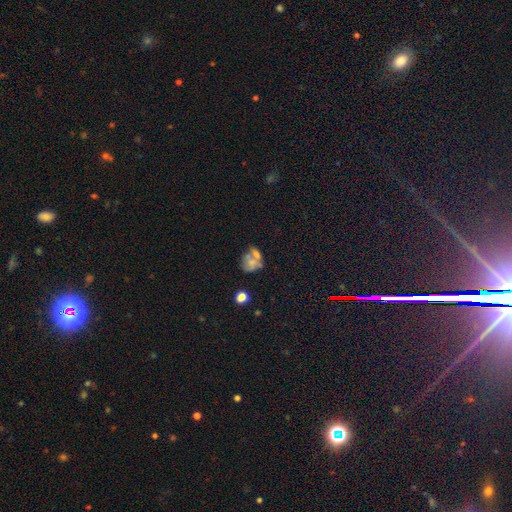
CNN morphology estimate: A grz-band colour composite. It shows a smooth galaxy with no disk features (42%). Merging: none (39%).